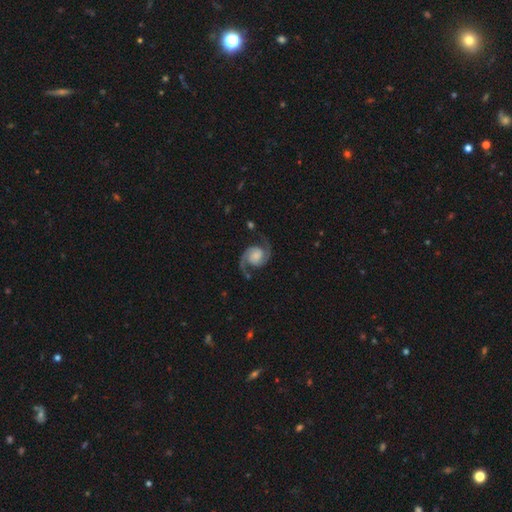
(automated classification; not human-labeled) featured or disk 92%, star or artifact 4%, smooth 4%. Down the decision tree: edge-on disk — no (98%); bar — no (67%); spiral arms — yes (98%); spiral arm count — 2 (95%); spiral winding — medium (52%); bulge size — none (32%); merging — none (80%).